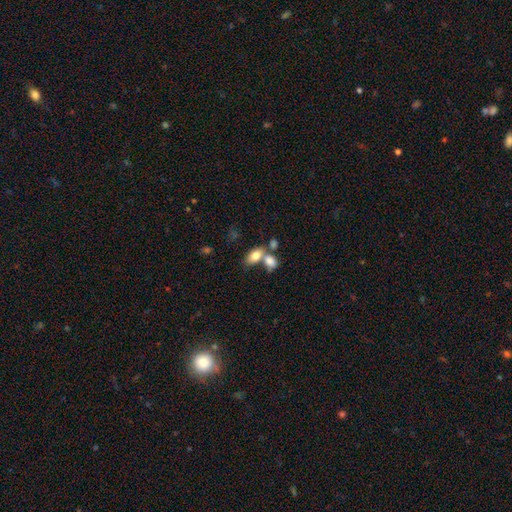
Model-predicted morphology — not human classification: Q: Smooth or featured?
A: smooth (78%); runner-up: featured or disk (14%)
Q: How rounded?
A: in between (88%); runner-up: round (9%)
Q: Merging?
A: merger (52%); runner-up: none (33%)